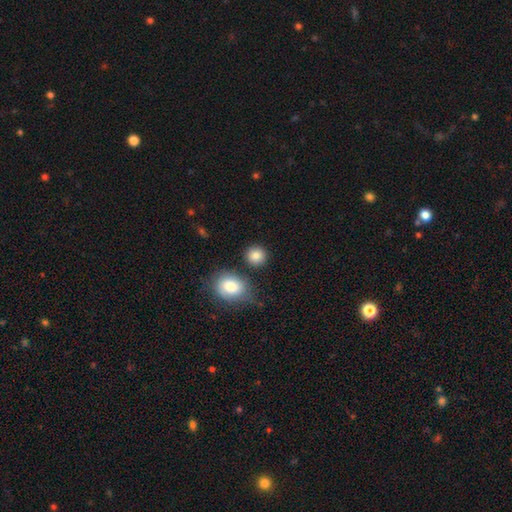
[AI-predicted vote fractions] smooth-or-featured: smooth: 86% | star or artifact: 9% | featured or disk: 6%
  how-rounded: round: 87% | in between: 12% | cigar-shaped: 1%
  merging: none: 82% | minor disturbance: 9% | merger: 7% | major disturbance: 3%